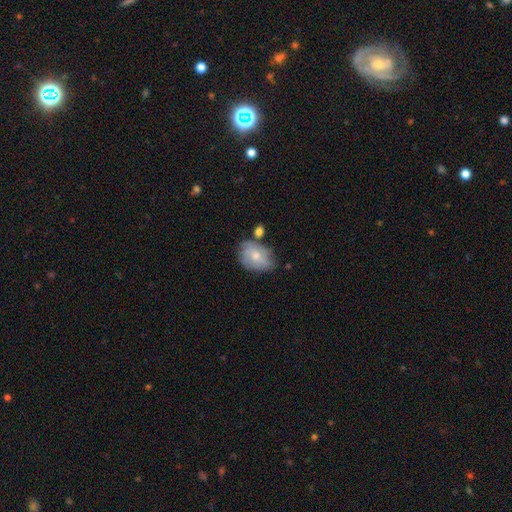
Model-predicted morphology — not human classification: smooth_or_featured: smooth (p=0.47) [alt: featured or disk p=0.45]
merging: none (p=0.55) [alt: minor disturbance p=0.27]